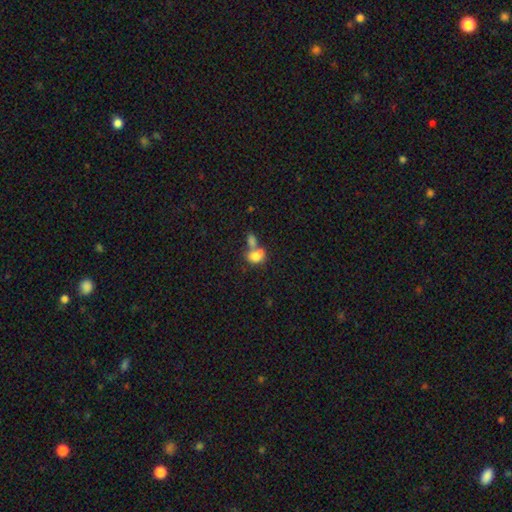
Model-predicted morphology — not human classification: type=smooth (76%); roundness=in between (57%); merging=merger (59%).